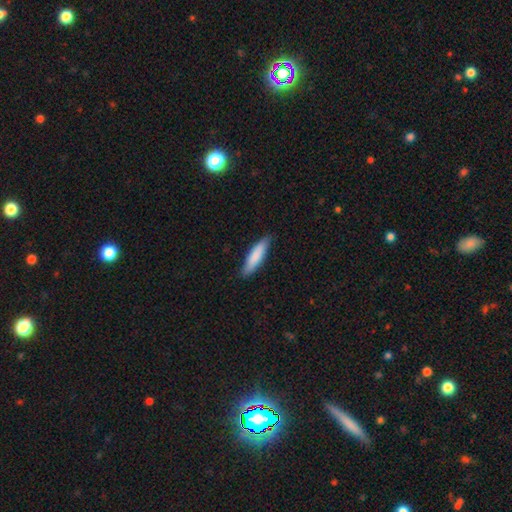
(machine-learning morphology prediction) Q: Smooth or featured?
A: smooth (85%); runner-up: featured or disk (10%)
Q: How rounded?
A: cigar-shaped (73%); runner-up: in between (26%)
Q: Merging?
A: none (84%); runner-up: minor disturbance (13%)